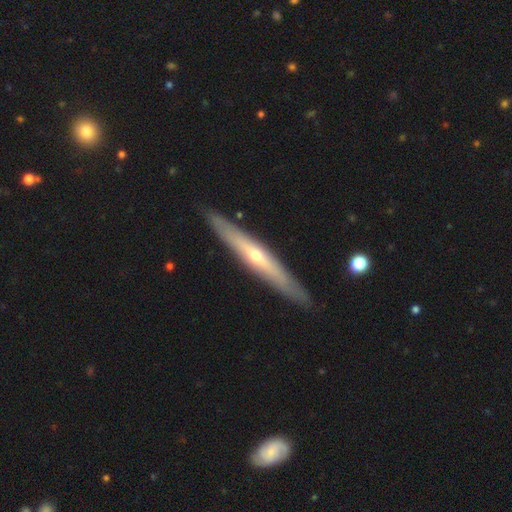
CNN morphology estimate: The model was most divided on "smooth or featured": featured or disk: 70%, smooth: 25%, star or artifact: 6%. More confident: edge-on disk — yes (92%); merging — none (90%); edge-on bulge — rounded (75%).